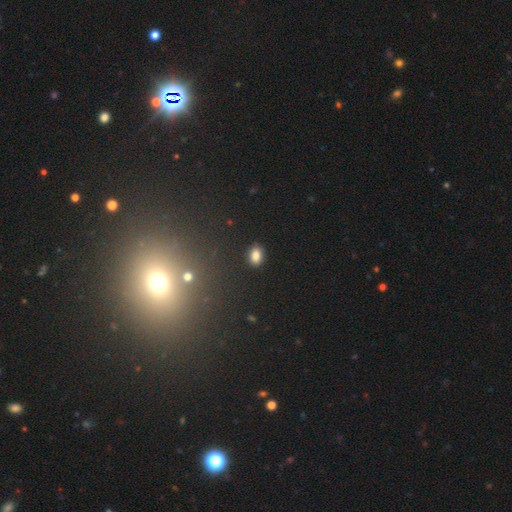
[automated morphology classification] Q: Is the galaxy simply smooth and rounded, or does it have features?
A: smooth — 83%.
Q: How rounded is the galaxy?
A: in between — 75%.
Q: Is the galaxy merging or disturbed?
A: none — 89%.